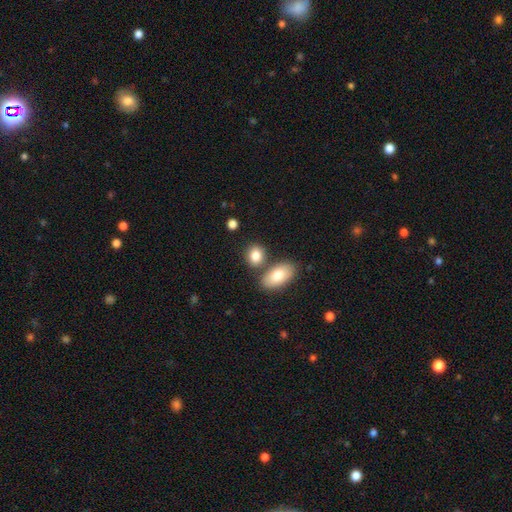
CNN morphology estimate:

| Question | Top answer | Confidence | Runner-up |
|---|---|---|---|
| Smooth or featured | smooth | 83% | featured or disk (9%) |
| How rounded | in between | 65% | round (33%) |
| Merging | none | 64% | merger (23%) |